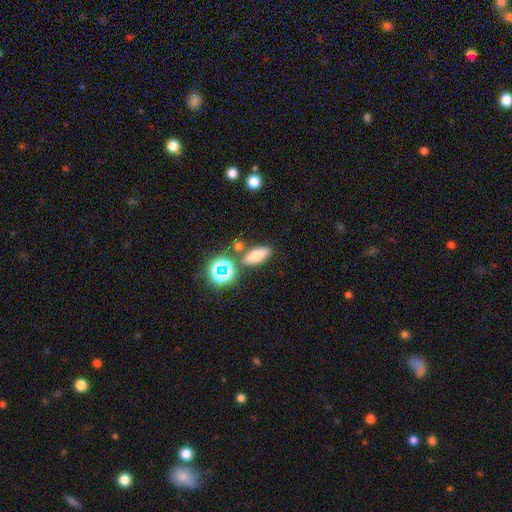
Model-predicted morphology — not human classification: Smooth or featured?
  - smooth: 68% *
  - star or artifact: 20%
  - featured or disk: 12%
How rounded?
  - in between: 65% *
  - cigar-shaped: 18%
  - round: 17%
Merging?
  - none: 76% *
  - merger: 11%
  - minor disturbance: 10%
  - major disturbance: 4%